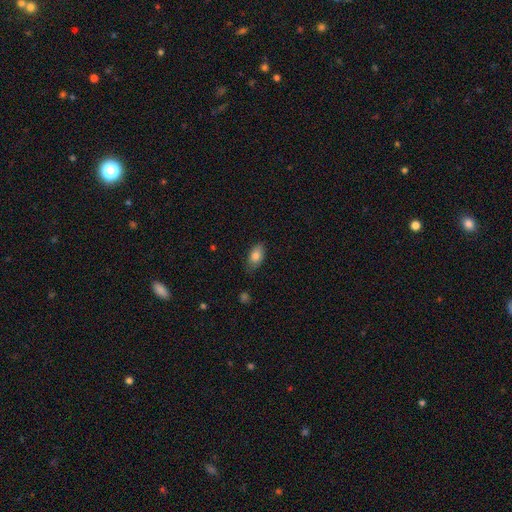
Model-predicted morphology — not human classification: Smooth or featured? Predicted: smooth (p=0.83). How rounded? Predicted: in between (p=0.90). Merging? Predicted: none (p=0.77).